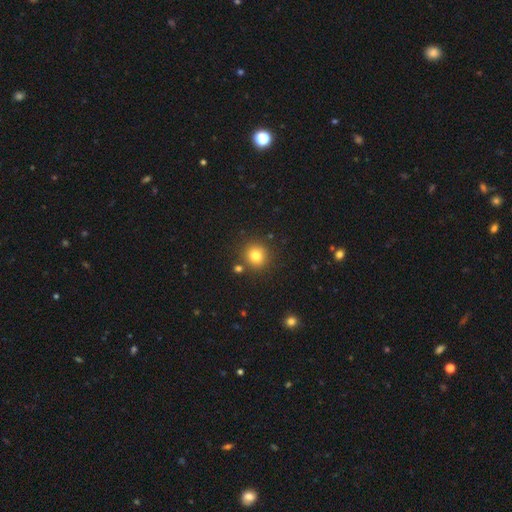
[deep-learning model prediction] smooth_or_featured: smooth (p=0.80) [alt: star or artifact p=0.13]
how_rounded: round (p=0.88) [alt: in between p=0.11]
merging: none (p=0.84) [alt: minor disturbance p=0.08]